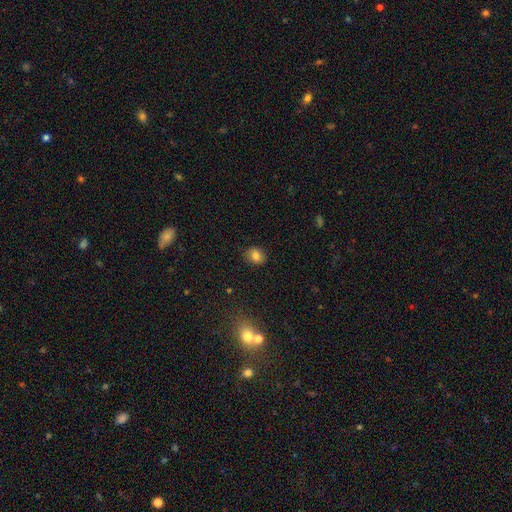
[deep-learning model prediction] smooth 81%, star or artifact 12%, featured or disk 7%. Down the decision tree: how rounded — round (58%); merging — none (87%).